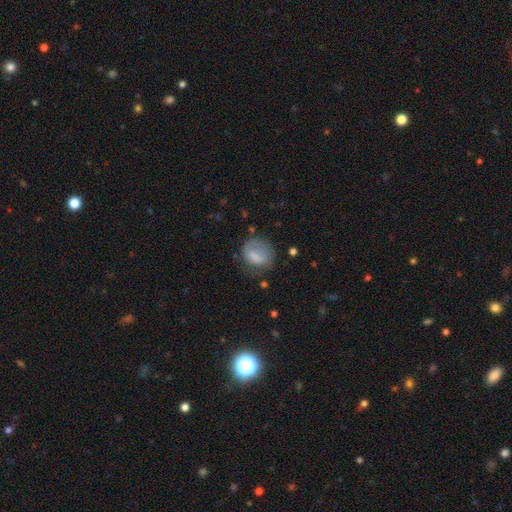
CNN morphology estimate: Smooth or featured: smooth — 73% (featured or disk — 18%)
How rounded: round — 57% (in between — 42%)
Merging: none — 48% (minor disturbance — 27%)